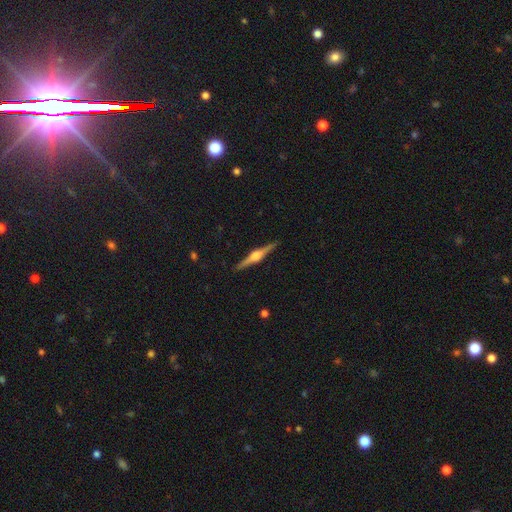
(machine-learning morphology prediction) Overall: featured or disk (84%). Edge-on disk: yes (98%). Edge-on bulge: rounded (88%). Merging: none (91%).